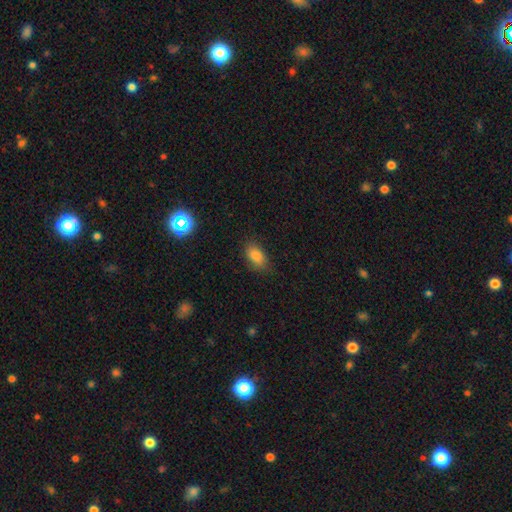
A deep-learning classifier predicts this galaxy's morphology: smooth 83%, star or artifact 10%, featured or disk 7%. Down the decision tree: how rounded — in between (88%); merging — none (78%).